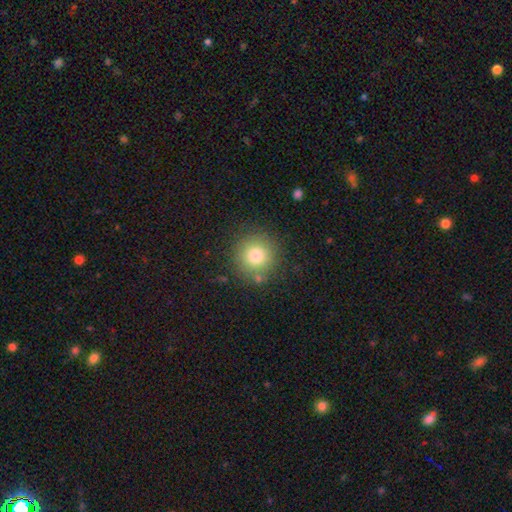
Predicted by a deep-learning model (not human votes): Smooth or featured? Predicted: smooth (p=0.79). How rounded? Predicted: round (p=0.94). Merging? Predicted: none (p=0.84).